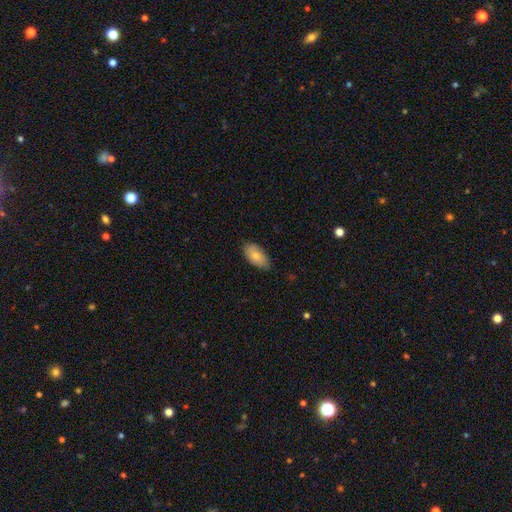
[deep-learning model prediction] Smooth or featured: smooth — 80% (featured or disk — 14%)
How rounded: in between — 94% (round — 3%)
Merging: none — 80% (minor disturbance — 17%)